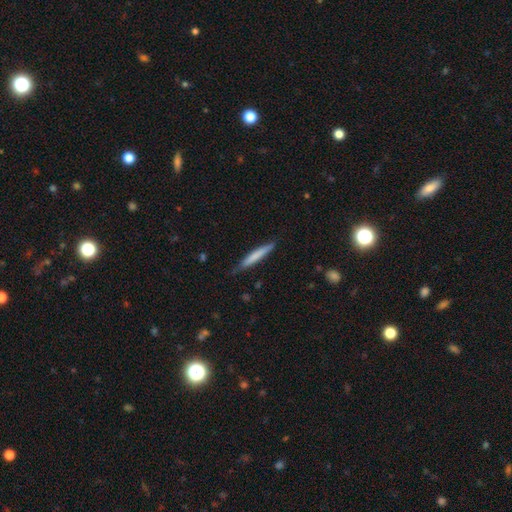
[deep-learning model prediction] smooth-or-featured: smooth: 71% | featured or disk: 24% | star or artifact: 5%
  how-rounded: cigar-shaped: 95% | in between: 4% | round: 1%
  merging: none: 80% | minor disturbance: 16% | major disturbance: 2% | merger: 1%